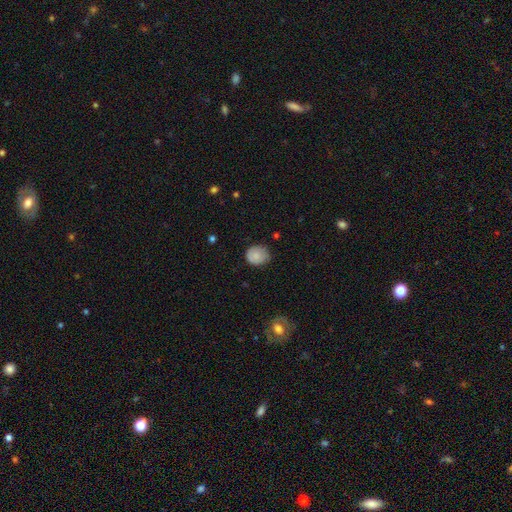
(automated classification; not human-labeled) The model was most divided on "merging": none: 69%, minor disturbance: 25%, major disturbance: 4%, merger: 1%. More confident: smooth or featured — smooth (83%); how rounded — round (76%).